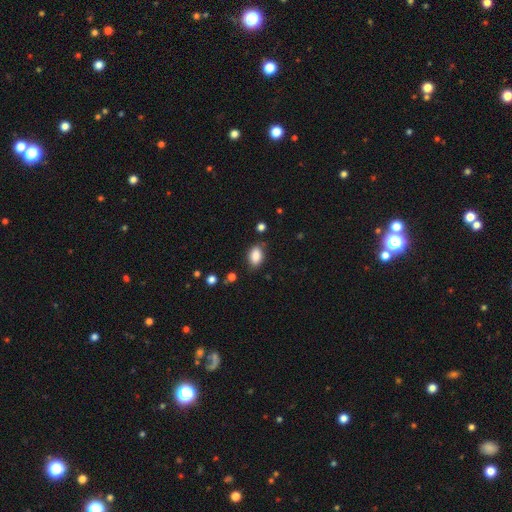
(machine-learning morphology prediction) smooth_or_featured: smooth (p=0.85) [alt: star or artifact p=0.08]
how_rounded: in between (p=0.87) [alt: round p=0.12]
merging: none (p=0.78) [alt: minor disturbance p=0.16]